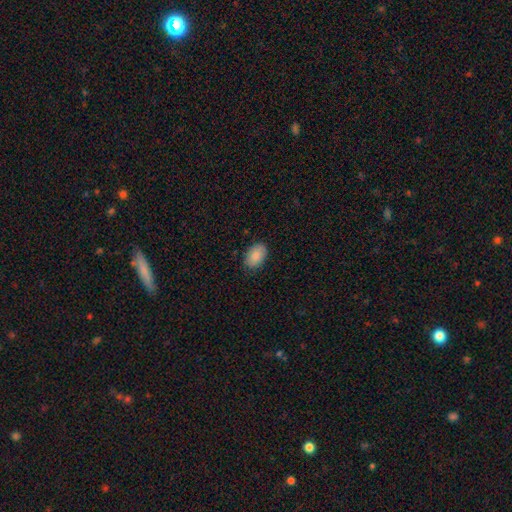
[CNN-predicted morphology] smooth_or_featured: smooth (p=0.89) [alt: star or artifact p=0.07]
how_rounded: in between (p=0.90) [alt: round p=0.09]
merging: none (p=0.84) [alt: minor disturbance p=0.12]